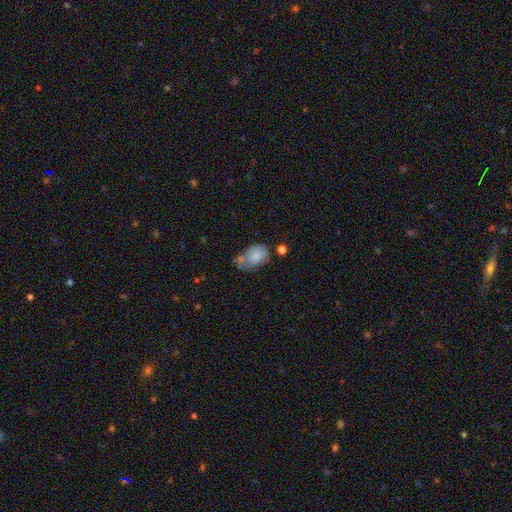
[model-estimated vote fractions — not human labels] This is likely a smooth galaxy (75%). How rounded: clearly in between (86%). Merging: marginally none (38%).